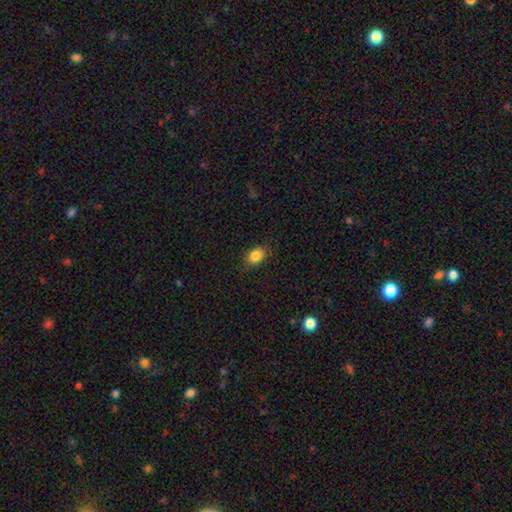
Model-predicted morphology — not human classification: This appears to be a smooth galaxy with no disk features (85%) that is in between round and cigar-shaped (77%). Merging: none (84%).